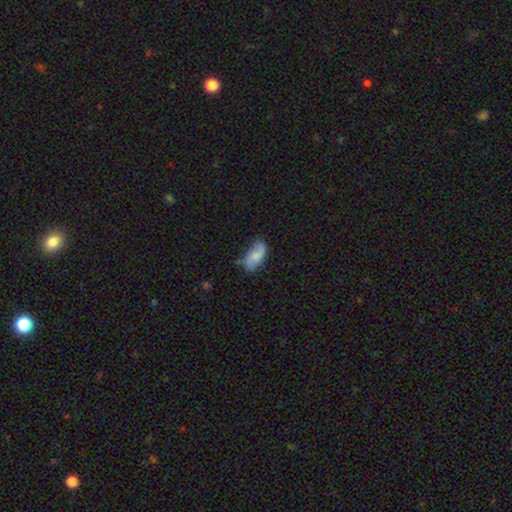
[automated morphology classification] Smooth or featured? Predicted: smooth (p=0.70). How rounded? Predicted: in between (p=0.93). Merging? Predicted: none (p=0.57).